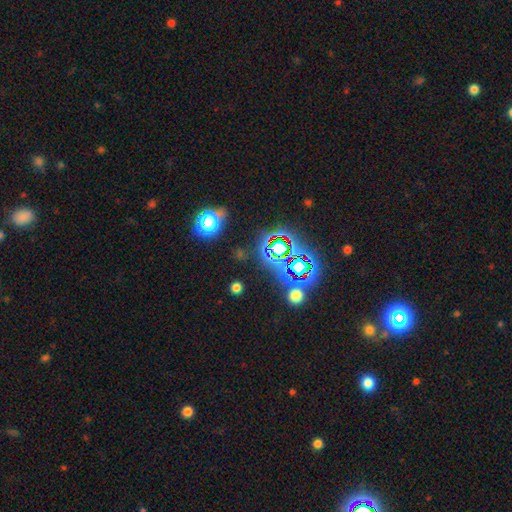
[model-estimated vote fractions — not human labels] Q: Smooth or featured?
A: star or artifact (69%); runner-up: smooth (20%)